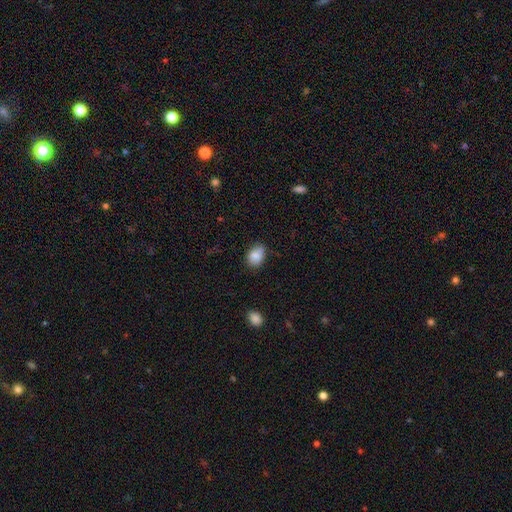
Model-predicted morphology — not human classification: This appears to be a smooth galaxy with no disk features (83%) that is in between round and cigar-shaped (67%). Merging: none (64%).